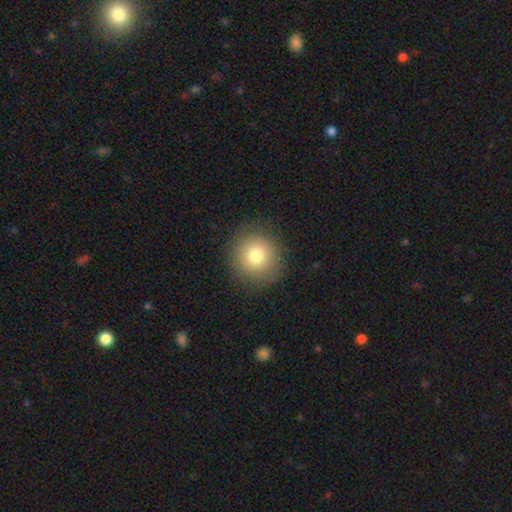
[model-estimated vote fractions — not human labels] This is likely a smooth galaxy (78%). How rounded: clearly round (93%). Merging: clearly none (88%).